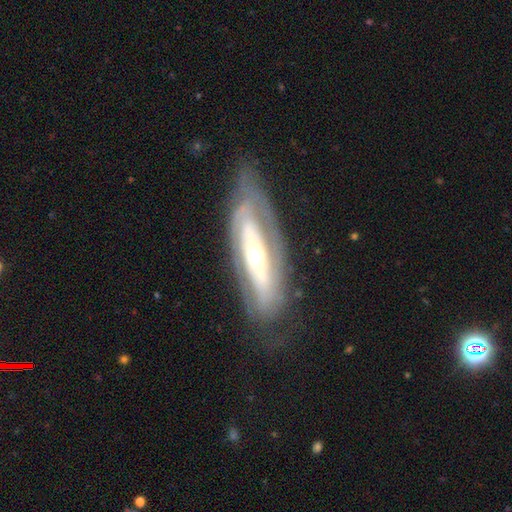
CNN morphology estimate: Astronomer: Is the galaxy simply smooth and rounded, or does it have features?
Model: featured or disk — 77%.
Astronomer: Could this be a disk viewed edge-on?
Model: no — 76%.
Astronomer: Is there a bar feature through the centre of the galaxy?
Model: no — 62%.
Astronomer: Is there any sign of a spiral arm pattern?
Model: yes — 52% (runner-up: no, 48%).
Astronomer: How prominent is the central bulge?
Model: moderate — 64%.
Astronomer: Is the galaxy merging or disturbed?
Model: none — 67%.